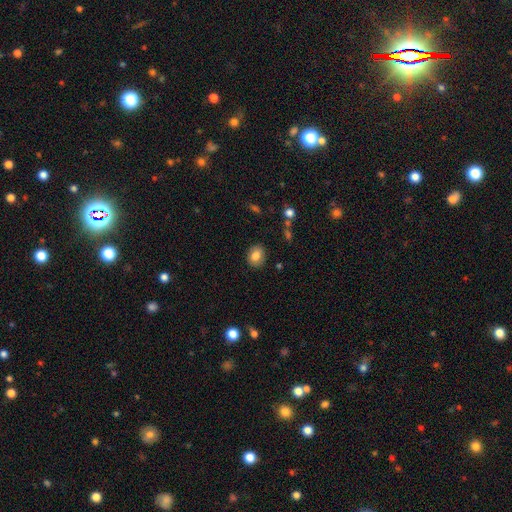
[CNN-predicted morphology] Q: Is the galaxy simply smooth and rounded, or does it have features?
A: smooth — 82%.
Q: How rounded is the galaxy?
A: round — 51%.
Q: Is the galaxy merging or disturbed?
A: none — 86%.